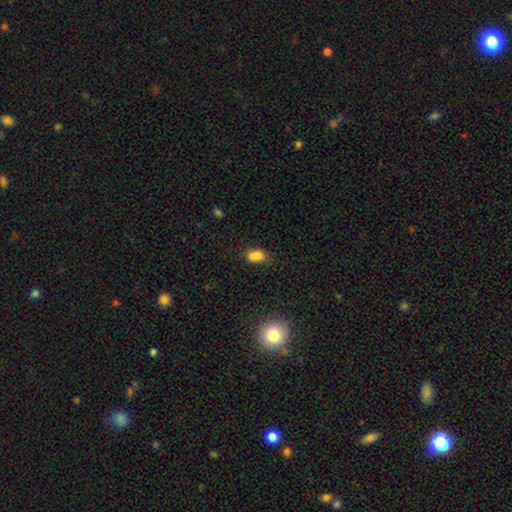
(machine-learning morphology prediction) smooth-or-featured: smooth: 77% | star or artifact: 13% | featured or disk: 10%
  how-rounded: in between: 79% | round: 18% | cigar-shaped: 4%
  merging: none: 39% | merger: 31% | minor disturbance: 22% | major disturbance: 8%